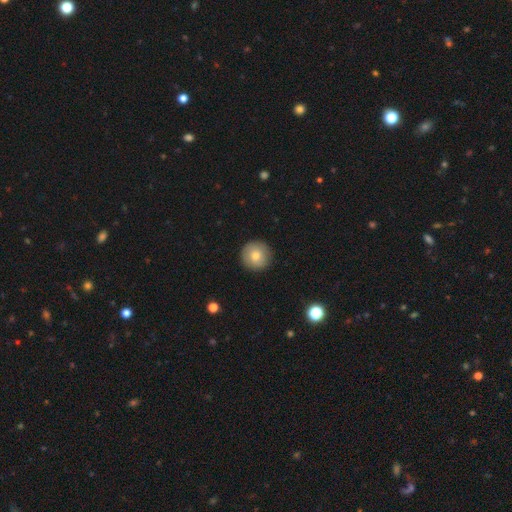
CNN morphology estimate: Smooth or featured?
  - smooth: 78% *
  - featured or disk: 13%
  - star or artifact: 8%
How rounded?
  - round: 96% *
  - in between: 3%
  - cigar-shaped: 1%
Merging?
  - none: 91% *
  - minor disturbance: 7%
  - major disturbance: 2%
  - merger: 1%